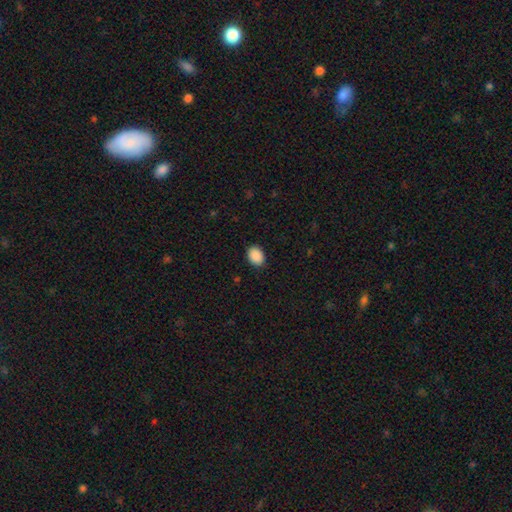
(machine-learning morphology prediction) Q: Smooth or featured?
A: smooth (90%); runner-up: star or artifact (7%)
Q: How rounded?
A: in between (69%); runner-up: round (30%)
Q: Merging?
A: none (89%); runner-up: minor disturbance (8%)